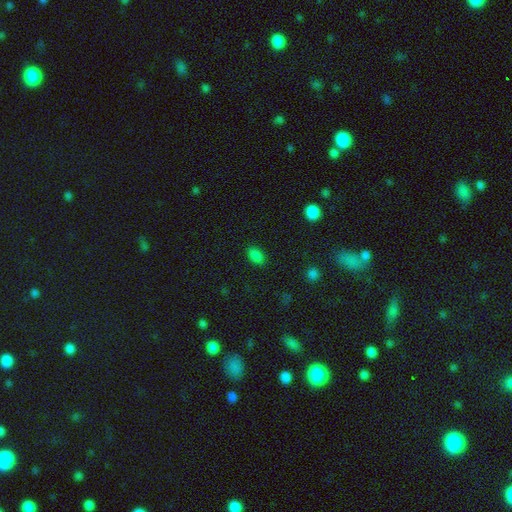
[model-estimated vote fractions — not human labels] The model was most divided on "smooth or featured": smooth: 83%, star or artifact: 13%, featured or disk: 4%. More confident: how rounded — in between (89%); merging — none (86%).